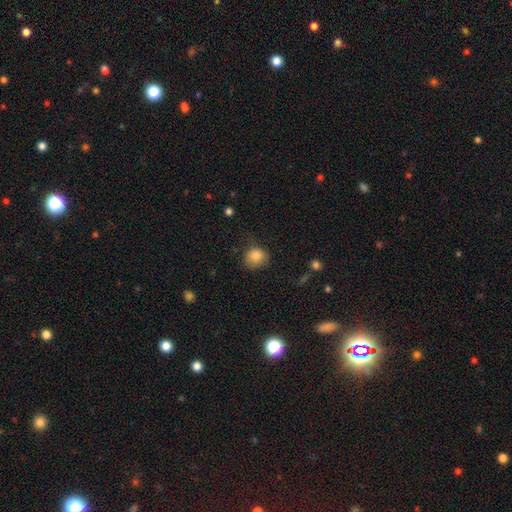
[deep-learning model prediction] smooth-or-featured: smooth: 83% | star or artifact: 10% | featured or disk: 7%
  how-rounded: round: 79% | in between: 20% | cigar-shaped: 1%
  merging: none: 67% | minor disturbance: 25% | major disturbance: 7% | merger: 2%